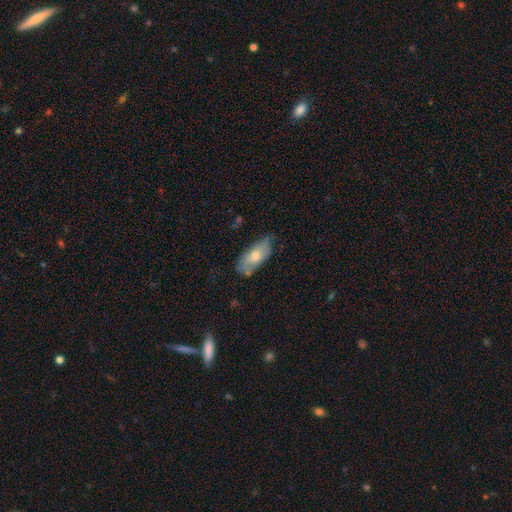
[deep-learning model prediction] Smooth or featured?
  - smooth: 59% *
  - featured or disk: 34%
  - star or artifact: 7%
How rounded?
  - in between: 83% *
  - cigar-shaped: 14%
  - round: 3%
Merging?
  - none: 65% *
  - minor disturbance: 26%
  - major disturbance: 6%
  - merger: 3%